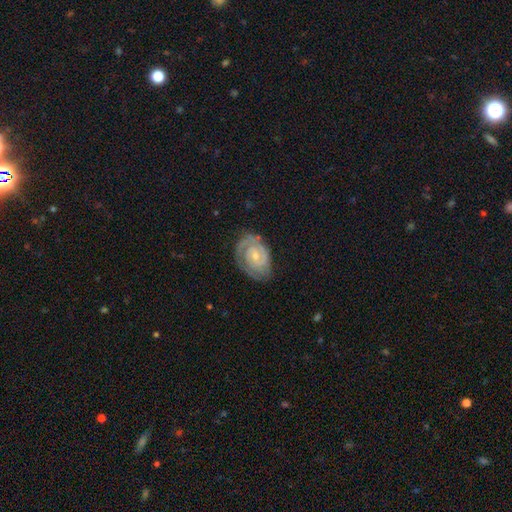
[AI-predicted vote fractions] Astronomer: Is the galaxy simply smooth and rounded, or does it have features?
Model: featured or disk — 87%.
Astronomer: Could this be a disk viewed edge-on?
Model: no — 97%.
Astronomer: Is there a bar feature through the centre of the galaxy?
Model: no — 60%.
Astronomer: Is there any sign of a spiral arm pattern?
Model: yes — 97%.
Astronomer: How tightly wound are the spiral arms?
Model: tight — 74%.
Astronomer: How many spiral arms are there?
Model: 2 — 71%.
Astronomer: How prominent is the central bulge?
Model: small — 65%.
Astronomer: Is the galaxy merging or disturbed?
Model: none — 76%.